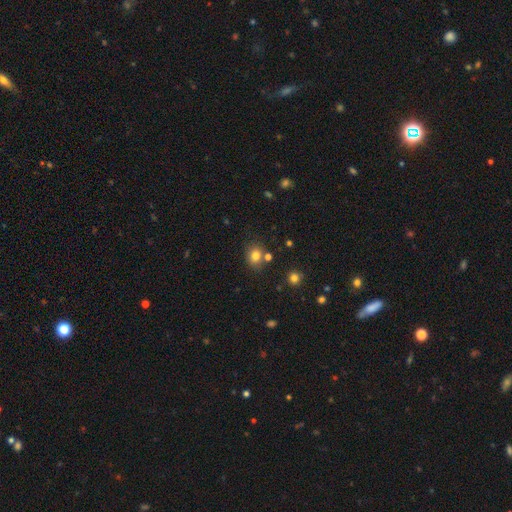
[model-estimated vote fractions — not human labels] Morphology: type=smooth (78%); roundness=round (64%); merging=none (72%).